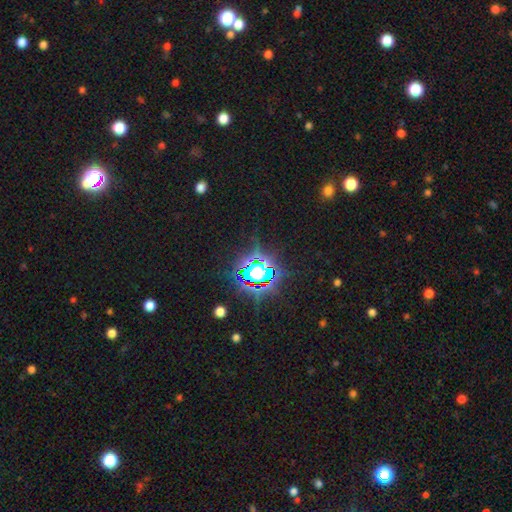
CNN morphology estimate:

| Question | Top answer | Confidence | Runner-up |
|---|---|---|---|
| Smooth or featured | star or artifact | 83% | smooth (10%) |